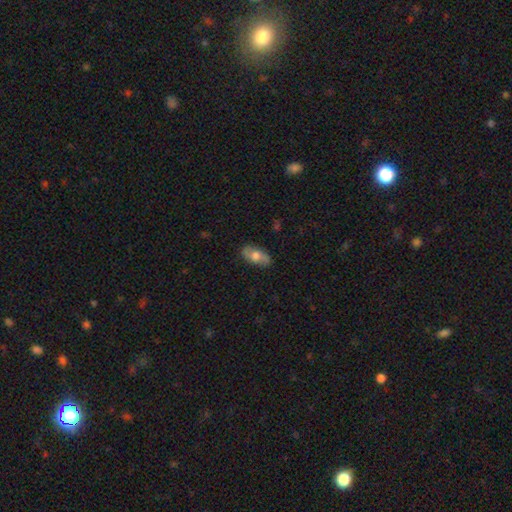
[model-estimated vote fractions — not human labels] Q: Smooth or featured?
A: smooth (60%); runner-up: featured or disk (33%)
Q: How rounded?
A: in between (90%); runner-up: round (5%)
Q: Merging?
A: none (81%); runner-up: minor disturbance (14%)